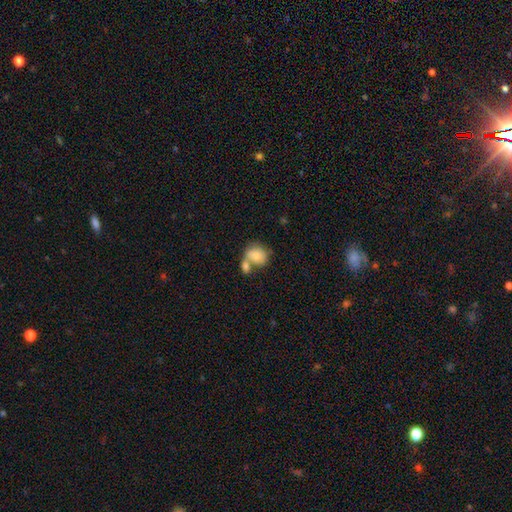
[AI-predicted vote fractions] Smooth or featured: smooth — 76% (featured or disk — 17%)
How rounded: round — 56% (in between — 43%)
Merging: merger — 53% (none — 28%)